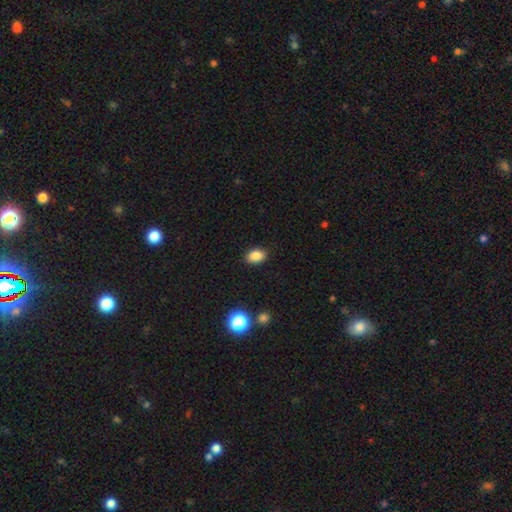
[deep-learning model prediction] Smooth or featured: smooth — 86% (star or artifact — 10%)
How rounded: in between — 80% (round — 19%)
Merging: none — 88% (minor disturbance — 8%)